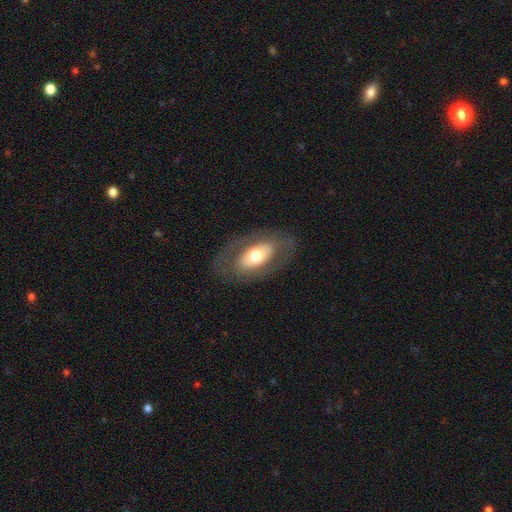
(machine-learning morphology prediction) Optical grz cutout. It shows a featured or disk galaxy (47%, tied with smooth). Merging: none (79%).